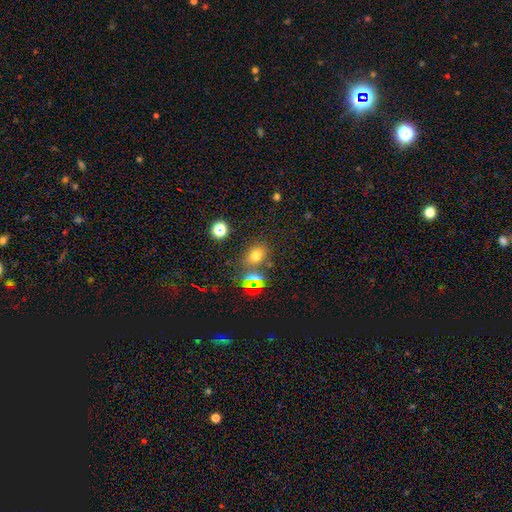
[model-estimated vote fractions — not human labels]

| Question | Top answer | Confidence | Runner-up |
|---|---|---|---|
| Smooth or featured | smooth | 63% | star or artifact (29%) |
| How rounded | in between | 54% | round (44%) |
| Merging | none | 75% | minor disturbance (11%) |